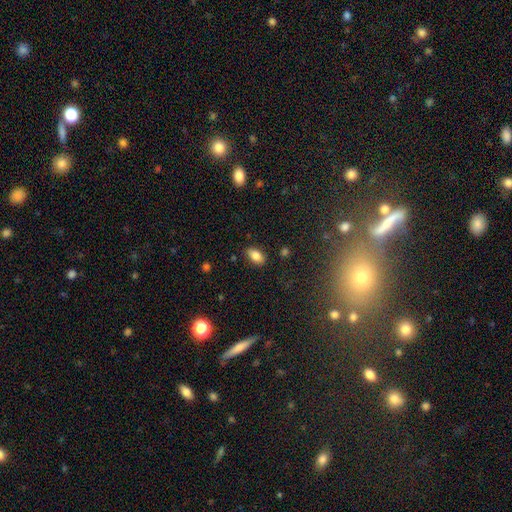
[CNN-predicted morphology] Overall: smooth (84%). How rounded: in between (91%). Merging: none (84%).